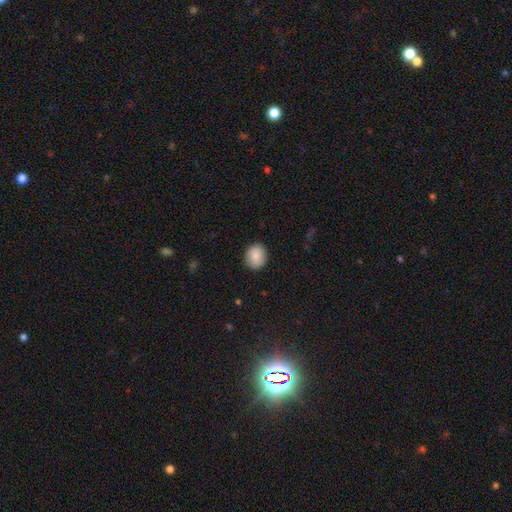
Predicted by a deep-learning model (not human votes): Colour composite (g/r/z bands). It shows a smooth galaxy with no disk features (88%) that is round (69%). Merging: none (88%).